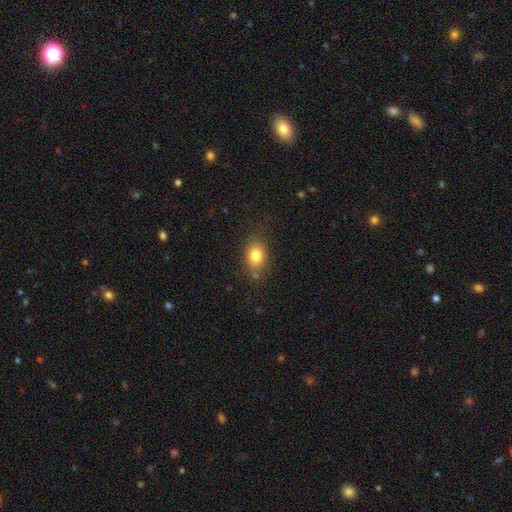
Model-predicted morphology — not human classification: type=smooth (80%); roundness=in between (68%); merging=none (76%).